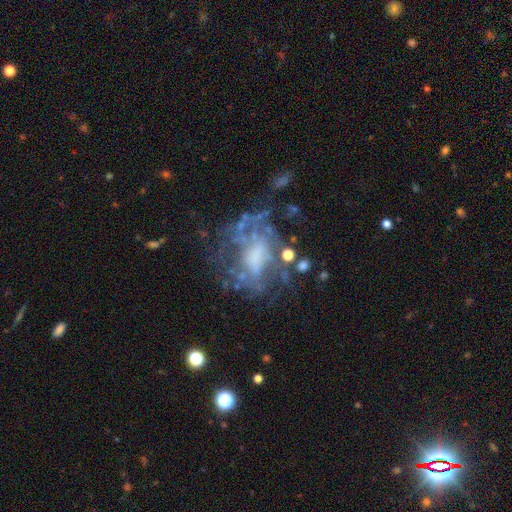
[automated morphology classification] Smooth or featured?
  - featured or disk: 71% *
  - smooth: 16%
  - star or artifact: 13%
Edge-on disk?
  - no: 97% *
  - yes: 3%
Bar?
  - no: 66% *
  - weak: 24%
  - strong: 9%
Spiral arms?
  - no: 57% *
  - yes: 43%
Bulge size?
  - none: 36% *
  - moderate: 30%
  - small: 19%
  - large: 13%
  - dominant: 2%
Merging?
  - none: 46% *
  - major disturbance: 28%
  - minor disturbance: 19%
  - merger: 6%